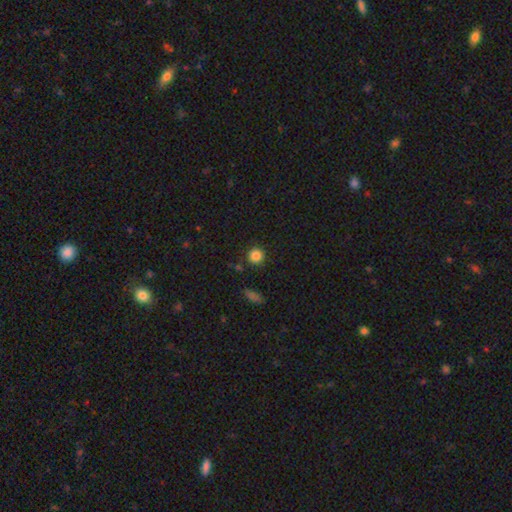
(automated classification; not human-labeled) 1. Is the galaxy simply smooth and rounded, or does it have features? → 86% smooth, 10% star or artifact, 4% featured or disk.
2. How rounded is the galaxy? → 94% round, 5% in between, 1% cigar-shaped.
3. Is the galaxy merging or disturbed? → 87% none, 7% minor disturbance, 3% merger, 2% major disturbance.